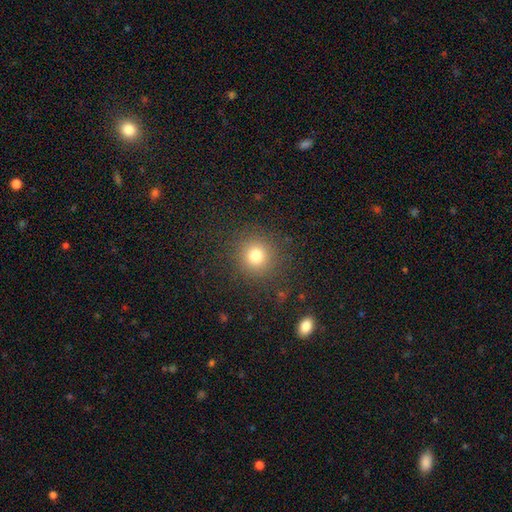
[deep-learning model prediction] The model was most divided on "smooth or featured": smooth: 78%, star or artifact: 15%, featured or disk: 7%. More confident: how rounded — round (92%); merging — none (88%).